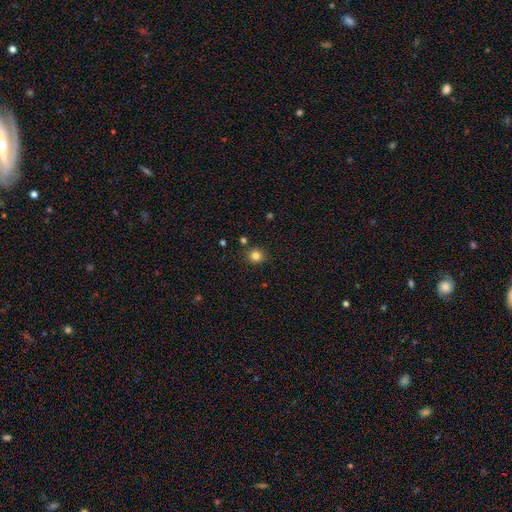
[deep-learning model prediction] smooth-or-featured: smooth: 82% | star or artifact: 13% | featured or disk: 5%
  how-rounded: round: 89% | in between: 10% | cigar-shaped: 1%
  merging: none: 85% | minor disturbance: 9% | merger: 4% | major disturbance: 2%